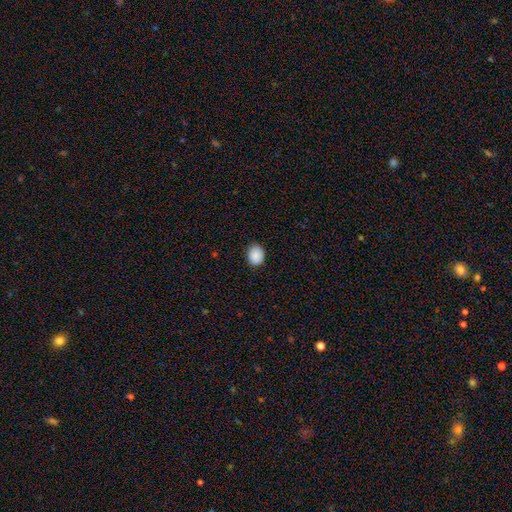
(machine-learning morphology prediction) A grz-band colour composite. It shows a smooth galaxy with no disk features (89%) that is round (57%). Merging: none (86%).